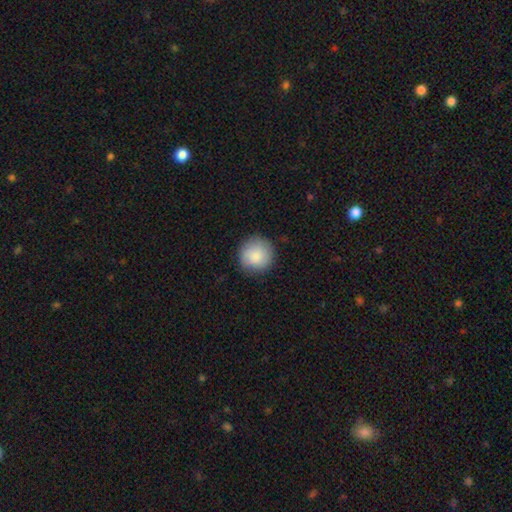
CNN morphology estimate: Overall: smooth (87%). How rounded: round (94%). Merging: none (86%).